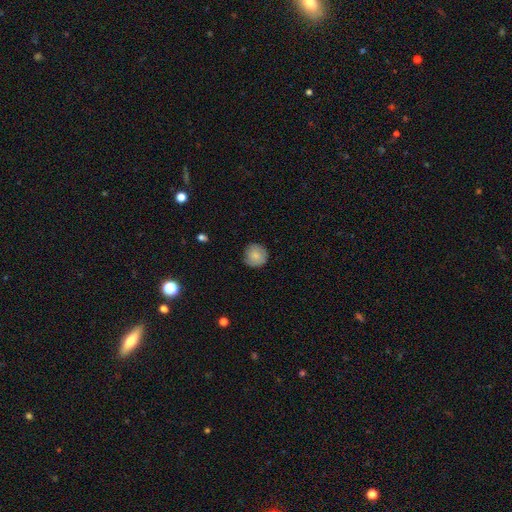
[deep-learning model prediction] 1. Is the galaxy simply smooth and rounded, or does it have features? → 80% smooth, 13% featured or disk, 7% star or artifact.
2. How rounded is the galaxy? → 94% round, 5% in between, 1% cigar-shaped.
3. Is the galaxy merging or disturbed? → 82% none, 14% minor disturbance, 3% major disturbance, 1% merger.